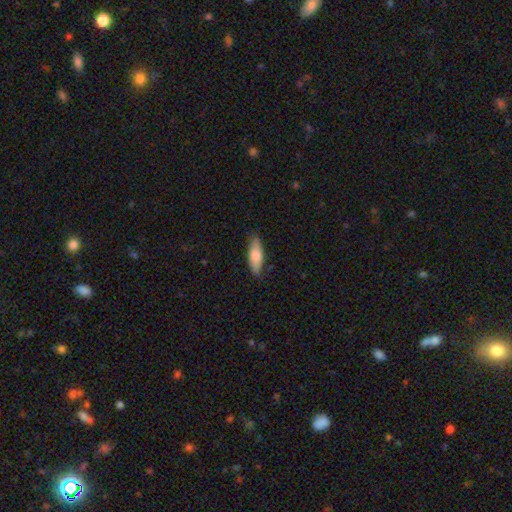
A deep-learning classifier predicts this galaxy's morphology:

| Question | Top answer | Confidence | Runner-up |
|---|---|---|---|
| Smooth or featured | smooth | 75% | featured or disk (20%) |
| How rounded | in between | 62% | cigar-shaped (36%) |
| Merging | none | 82% | minor disturbance (15%) |